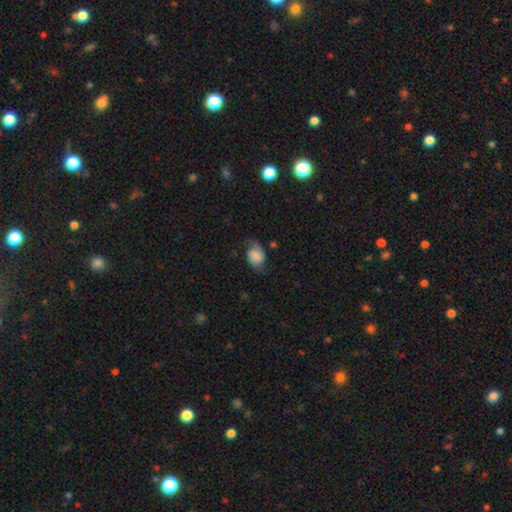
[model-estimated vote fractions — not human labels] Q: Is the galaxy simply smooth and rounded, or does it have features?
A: smooth — 52%.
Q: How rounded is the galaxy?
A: in between — 76%.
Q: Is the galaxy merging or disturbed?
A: none — 57%.